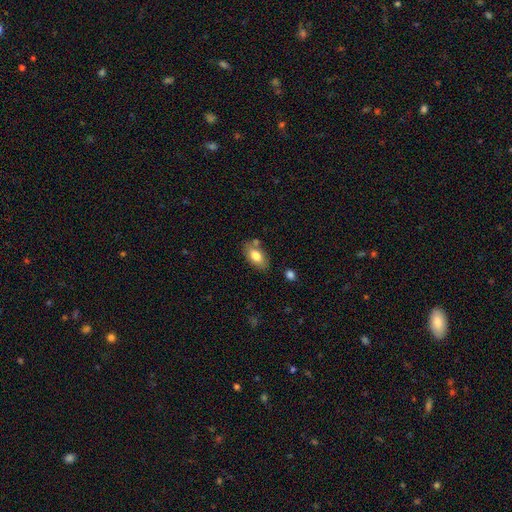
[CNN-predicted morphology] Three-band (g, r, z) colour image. It shows a smooth galaxy with no disk features (77%) that is in between round and cigar-shaped (92%). Merging: none (71%).